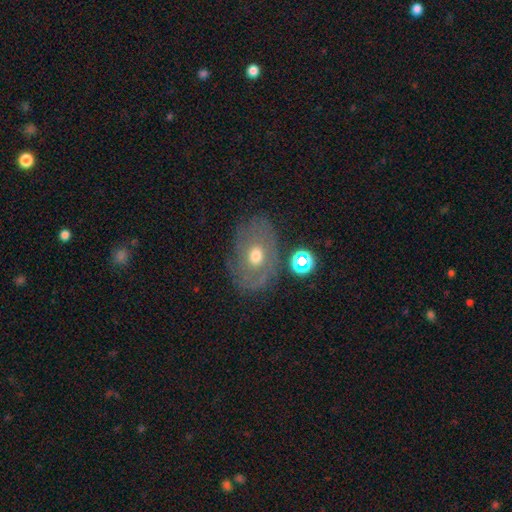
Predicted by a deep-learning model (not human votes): Smooth or featured? featured or disk (50%)
Edge-on disk? no (93%)
Merging? none (71%)